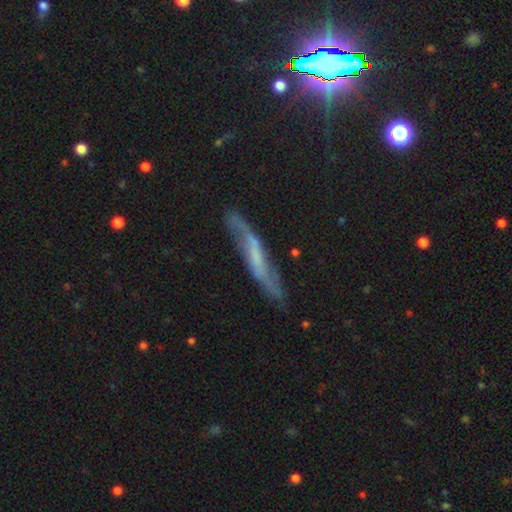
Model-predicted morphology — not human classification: A featured or disk galaxy (68%).

Vote fractions:
- Smooth or featured? featured or disk: 68% / smooth: 23% / star or artifact: 9%
- Edge-on disk? no: 52% / yes: 48%
- Merging? none: 70% / minor disturbance: 20% / major disturbance: 7% / merger: 3%